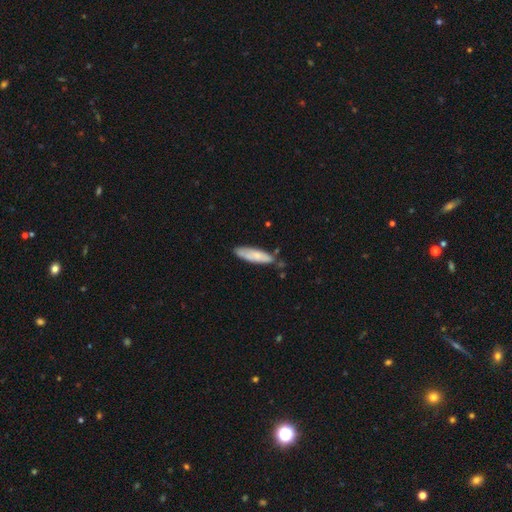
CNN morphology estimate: Smooth or featured? smooth (72%)
How rounded? cigar-shaped (63%)
Merging? none (69%)